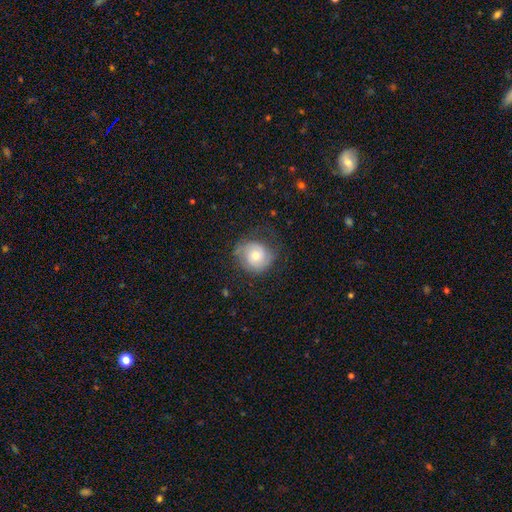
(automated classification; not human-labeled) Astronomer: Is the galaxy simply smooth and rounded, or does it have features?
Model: smooth — 50% (runner-up: featured or disk, 43%).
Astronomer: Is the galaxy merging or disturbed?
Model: none — 58%.